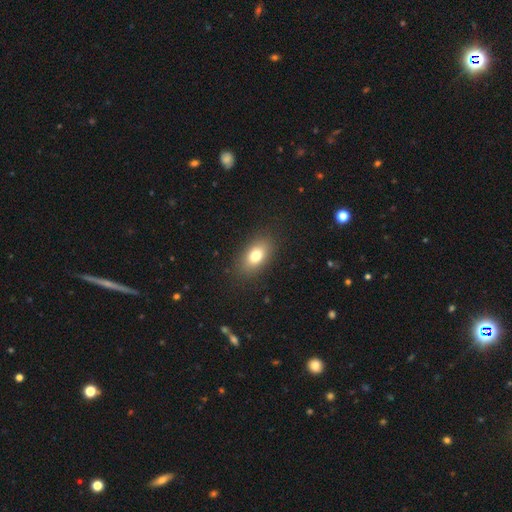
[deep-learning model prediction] This is likely a smooth galaxy (78%). How rounded: clearly in between (86%). Merging: clearly none (86%).